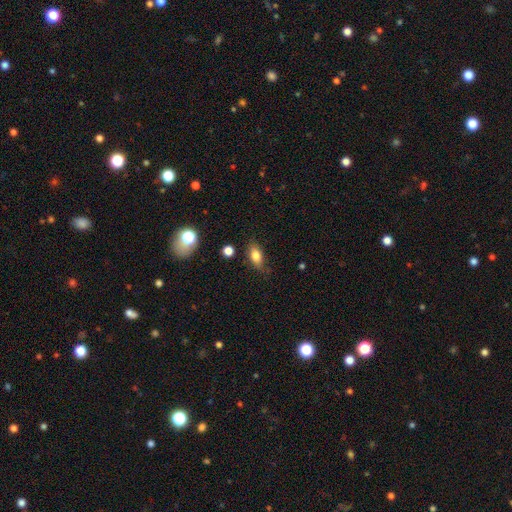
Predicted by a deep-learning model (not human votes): A smooth galaxy with no disk features (80%) that is in between round and cigar-shaped (83%).

Vote fractions:
- Smooth or featured? smooth: 80% / featured or disk: 11% / star or artifact: 9%
- How rounded? in between: 83% / cigar-shaped: 9% / round: 8%
- Merging? none: 78% / minor disturbance: 16% / major disturbance: 4% / merger: 2%